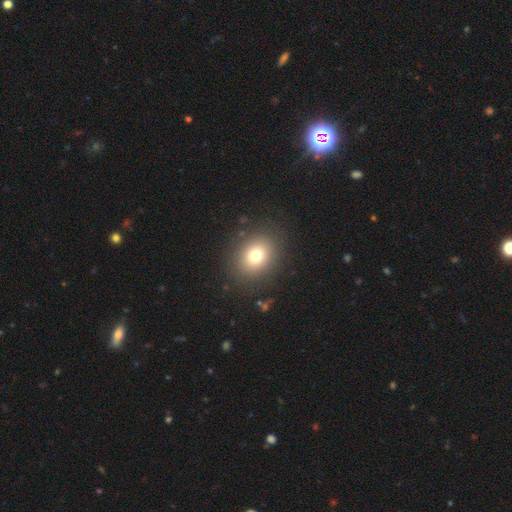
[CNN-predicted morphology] Smooth or featured?
  - smooth: 75% *
  - star or artifact: 13%
  - featured or disk: 11%
How rounded?
  - round: 56% *
  - in between: 43%
  - cigar-shaped: 1%
Merging?
  - none: 87% *
  - minor disturbance: 8%
  - major disturbance: 4%
  - merger: 1%